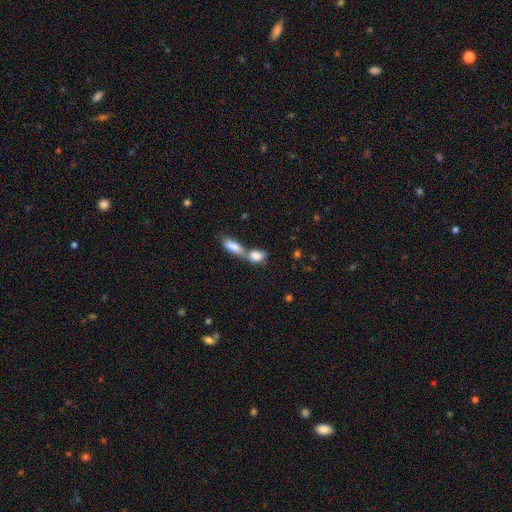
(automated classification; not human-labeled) Morphology: type=smooth (82%); roundness=in between (79%); merging=merger (70%).